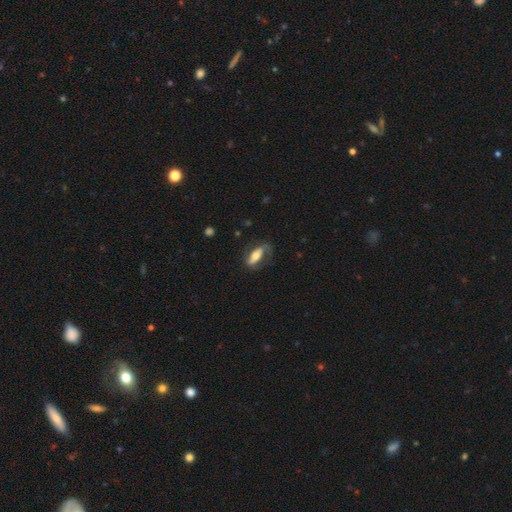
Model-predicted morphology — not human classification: Q: Smooth or featured?
A: featured or disk (55%); runner-up: smooth (39%)
Q: Edge-on disk?
A: no (76%); runner-up: yes (24%)
Q: Merging?
A: none (56%); runner-up: minor disturbance (22%)